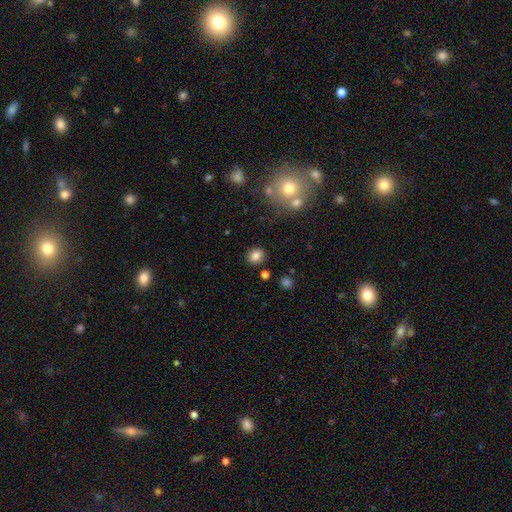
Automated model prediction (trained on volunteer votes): The model was most divided on "how rounded": round: 74%, in between: 25%, cigar-shaped: 1%. More confident: merging — none (87%); smooth or featured — smooth (82%).